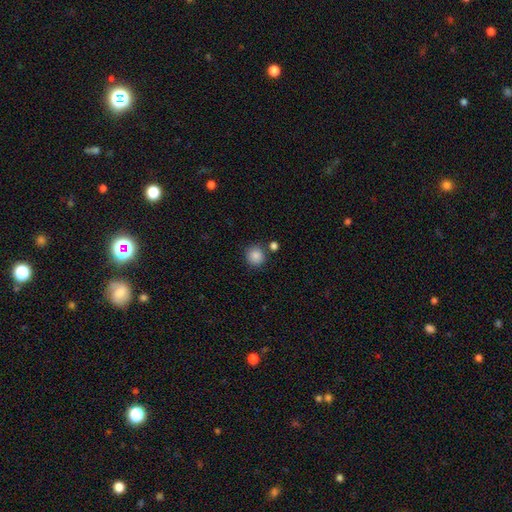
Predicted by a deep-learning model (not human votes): Smooth or featured?
  - smooth: 87% *
  - star or artifact: 9%
  - featured or disk: 4%
How rounded?
  - round: 91% *
  - in between: 9%
  - cigar-shaped: 1%
Merging?
  - none: 80% *
  - minor disturbance: 9%
  - merger: 8%
  - major disturbance: 3%